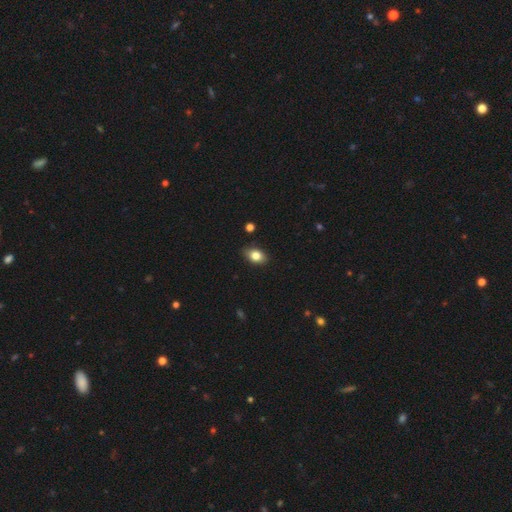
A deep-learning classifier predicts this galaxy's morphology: Overall: smooth (82%). How rounded: in between (82%). Merging: none (85%).